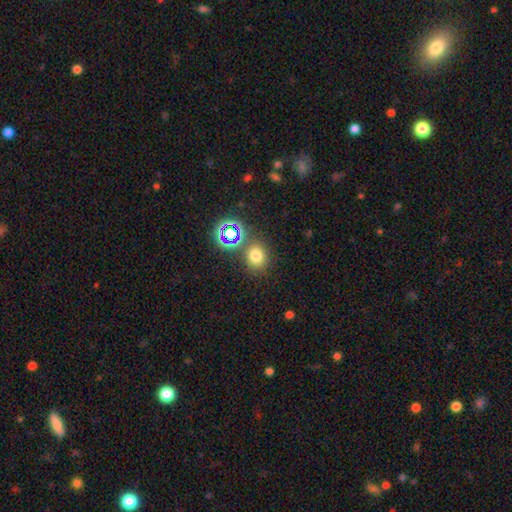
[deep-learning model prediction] Q: Smooth or featured?
A: smooth (70%); runner-up: star or artifact (23%)
Q: How rounded?
A: round (74%); runner-up: in between (25%)
Q: Merging?
A: none (75%); runner-up: merger (11%)